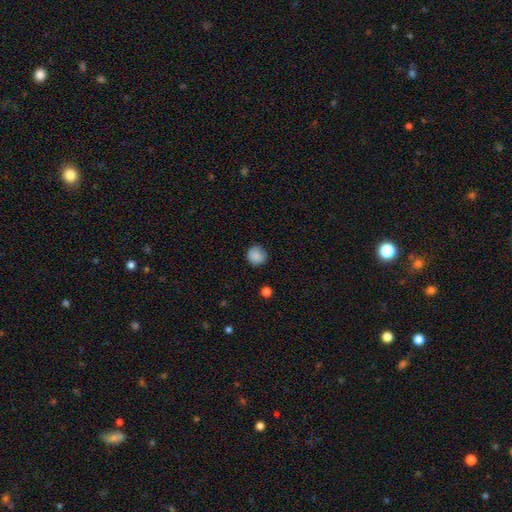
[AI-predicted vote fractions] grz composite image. It shows a smooth galaxy with no disk features (87%) that is round (91%). Merging: none (80%).